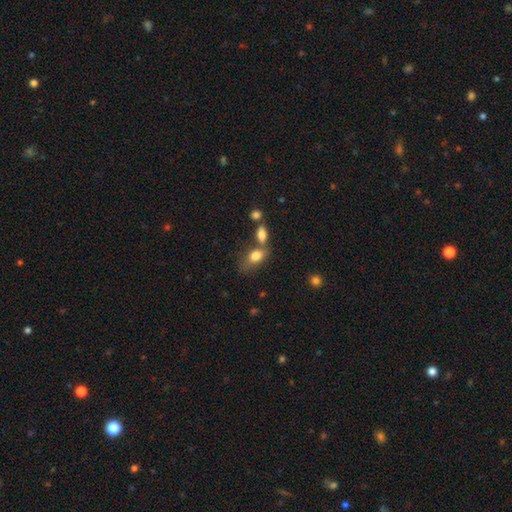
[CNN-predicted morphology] Overall: smooth (80%). How rounded: in between (83%). Merging: none (41%; merger 35%).